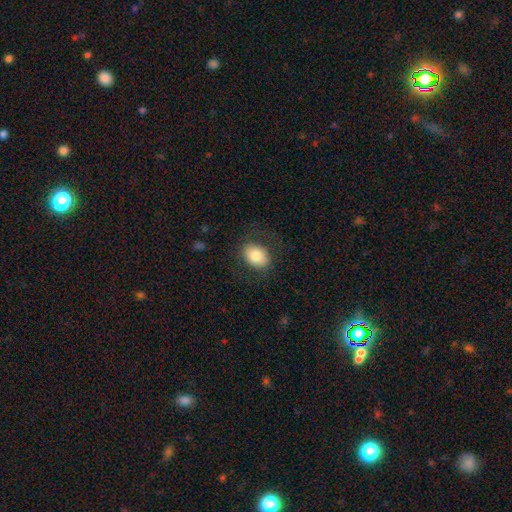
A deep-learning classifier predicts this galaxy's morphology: Smooth or featured? smooth (80%)
How rounded? in between (67%)
Merging? none (78%)